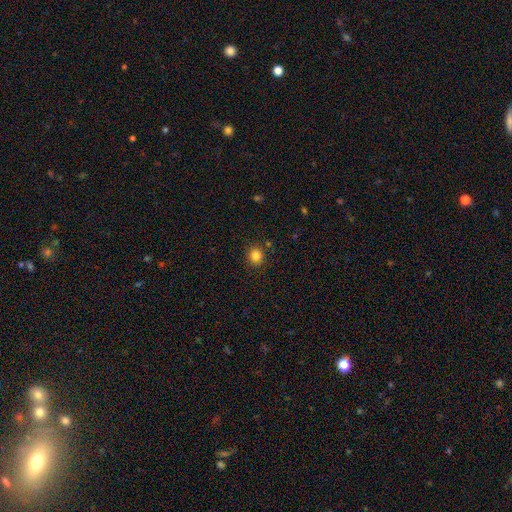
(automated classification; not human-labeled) smooth_or_featured: smooth (p=0.83) [alt: star or artifact p=0.12]
how_rounded: round (p=0.82) [alt: in between p=0.17]
merging: none (p=0.88) [alt: minor disturbance p=0.08]